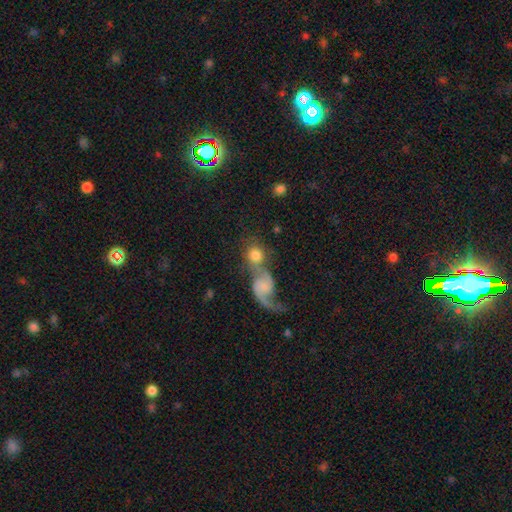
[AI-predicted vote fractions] Smooth or featured: smooth — 57% (featured or disk — 33%)
How rounded: round — 79% (in between — 19%)
Merging: merger — 60% (none — 26%)